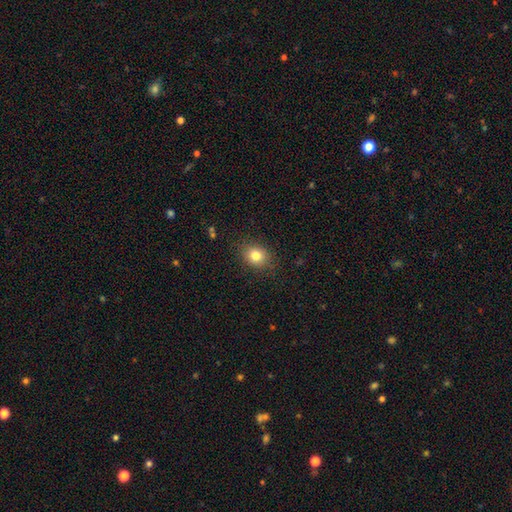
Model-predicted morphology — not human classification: Smooth or featured: smooth — 81% (star or artifact — 11%)
How rounded: round — 56% (in between — 43%)
Merging: none — 86% (minor disturbance — 10%)